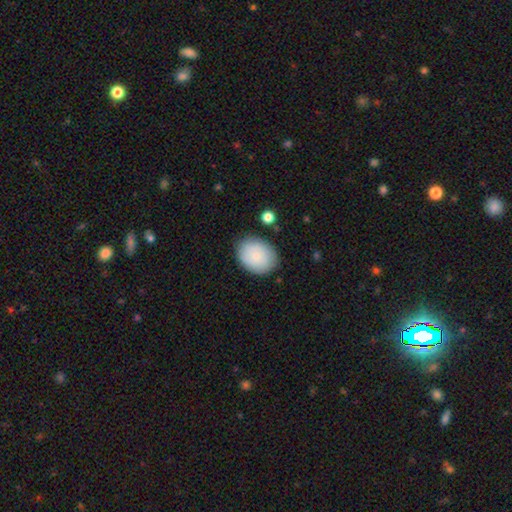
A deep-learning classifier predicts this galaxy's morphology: Smooth or featured? Predicted: smooth (p=0.84). How rounded? Predicted: in between (p=0.65). Merging? Predicted: none (p=0.81).